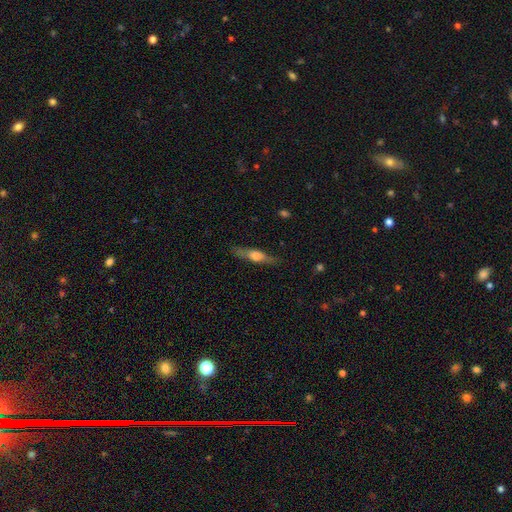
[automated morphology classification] Smooth or featured?
  - featured or disk: 56% *
  - smooth: 37%
  - star or artifact: 6%
Edge-on disk?
  - yes: 93% *
  - no: 7%
Edge-on bulge?
  - rounded: 87% *
  - boxy: 9%
  - none: 4%
Merging?
  - none: 83% *
  - minor disturbance: 12%
  - major disturbance: 3%
  - merger: 1%